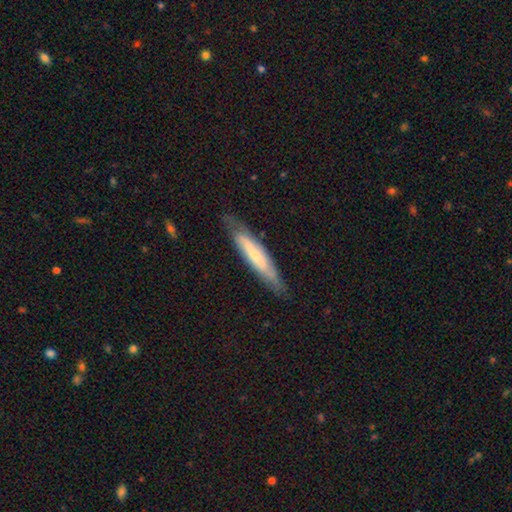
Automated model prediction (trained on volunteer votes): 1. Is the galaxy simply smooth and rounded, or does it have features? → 51% featured or disk, 43% smooth, 6% star or artifact.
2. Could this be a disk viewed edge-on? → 62% yes, 38% no.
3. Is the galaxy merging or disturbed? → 75% none, 19% minor disturbance, 5% major disturbance, 2% merger.